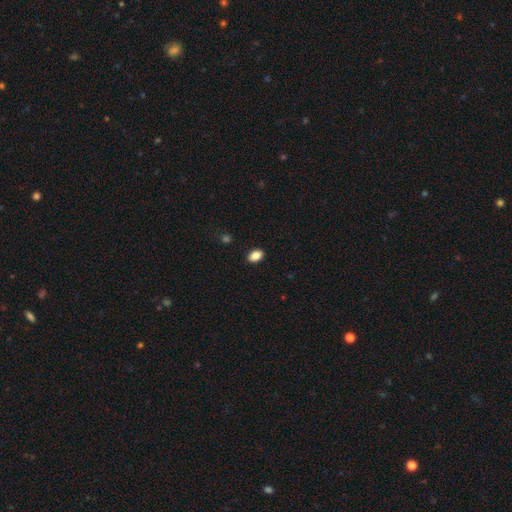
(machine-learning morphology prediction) smooth 87%, star or artifact 9%, featured or disk 4%. Down the decision tree: how rounded — in between (85%); merging — none (90%).